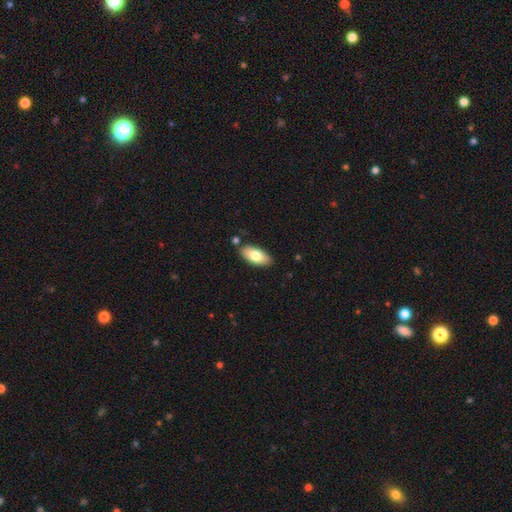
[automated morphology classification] smooth-or-featured: smooth: 78% | featured or disk: 16% | star or artifact: 6%
  how-rounded: in between: 90% | cigar-shaped: 8% | round: 2%
  merging: none: 82% | minor disturbance: 11% | merger: 4% | major disturbance: 2%